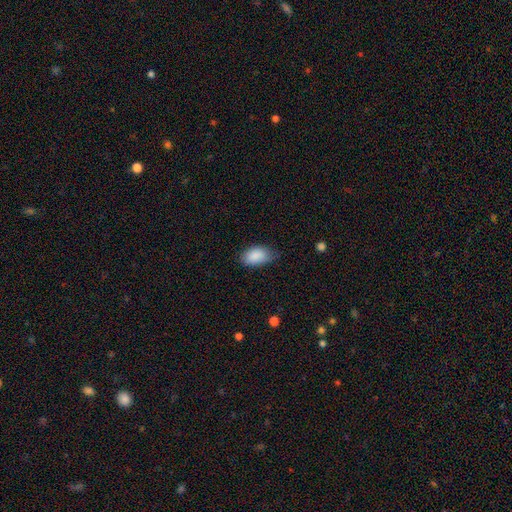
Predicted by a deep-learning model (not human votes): Smooth or featured?
  - smooth: 88% *
  - star or artifact: 6%
  - featured or disk: 5%
How rounded?
  - in between: 92% *
  - round: 6%
  - cigar-shaped: 2%
Merging?
  - none: 67% *
  - minor disturbance: 27%
  - major disturbance: 5%
  - merger: 1%